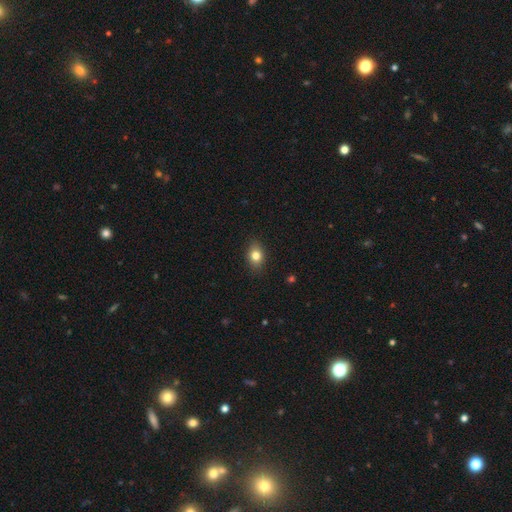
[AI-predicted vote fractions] This is likely a smooth galaxy (80%). How rounded: likely in between (66%). Merging: clearly none (87%).